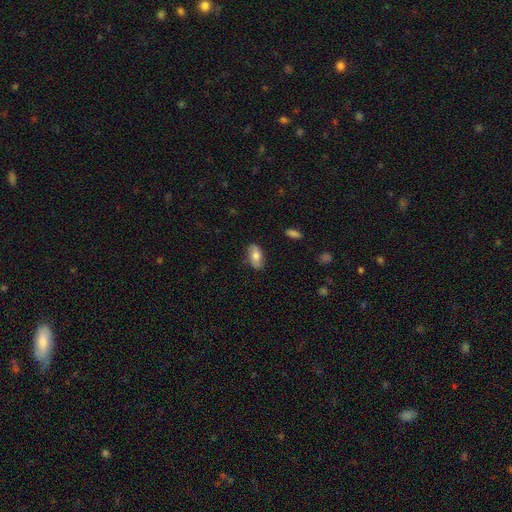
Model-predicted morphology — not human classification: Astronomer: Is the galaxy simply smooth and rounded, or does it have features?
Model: smooth — 74%.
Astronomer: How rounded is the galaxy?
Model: in between — 90%.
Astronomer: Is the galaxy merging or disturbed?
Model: none — 79%.